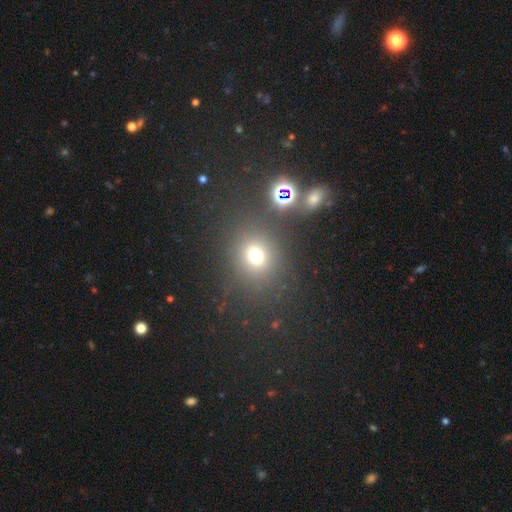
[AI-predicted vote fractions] The model was most divided on "smooth or featured": smooth: 68%, star or artifact: 23%, featured or disk: 9%. More confident: merging — none (77%); how rounded — round (75%).